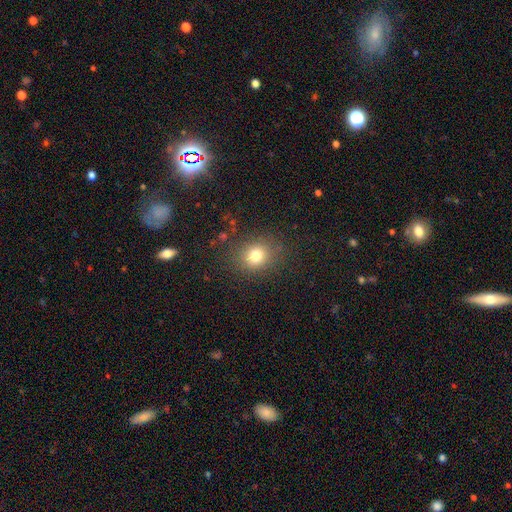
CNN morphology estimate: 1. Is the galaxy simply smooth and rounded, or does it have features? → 78% smooth, 14% star or artifact, 8% featured or disk.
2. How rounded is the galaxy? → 64% round, 35% in between, 1% cigar-shaped.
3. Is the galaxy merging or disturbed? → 84% none, 10% minor disturbance, 5% major disturbance, 2% merger.